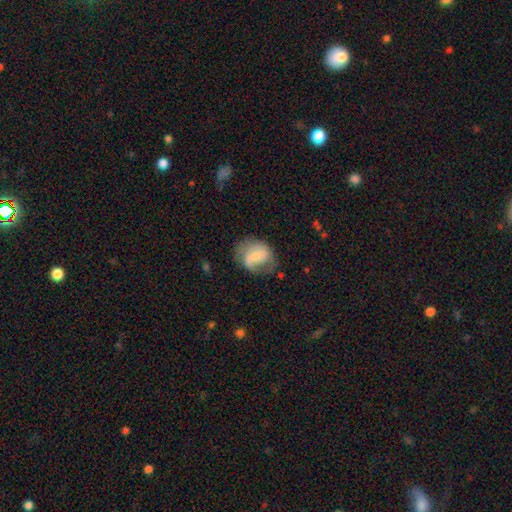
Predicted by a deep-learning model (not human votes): Smooth or featured: featured or disk — 50% (smooth — 42%)
Edge-on disk: no — 97% (yes — 3%)
Merging: none — 53% (minor disturbance — 27%)